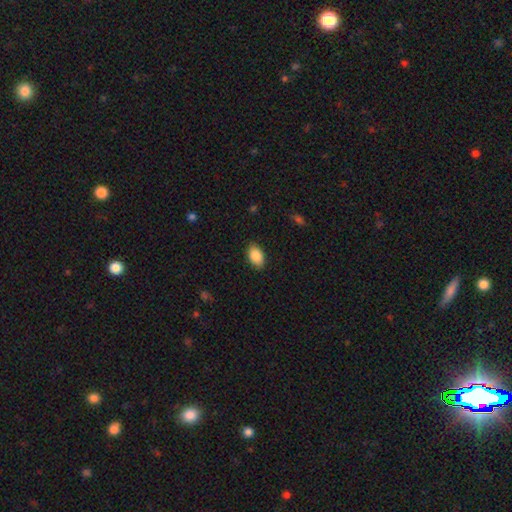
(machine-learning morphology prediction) Smooth or featured: smooth — 87% (star or artifact — 7%)
How rounded: in between — 91% (round — 7%)
Merging: none — 87% (minor disturbance — 10%)